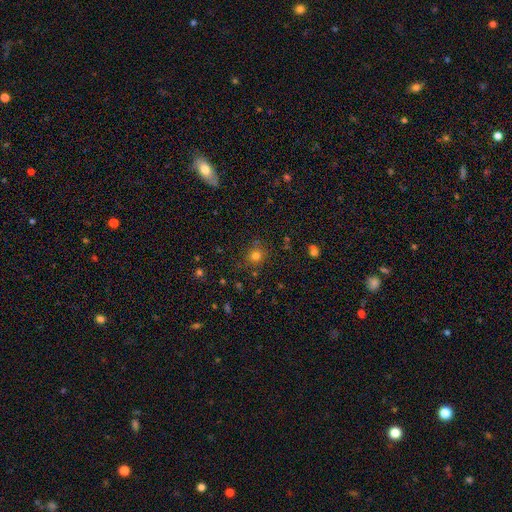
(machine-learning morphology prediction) smooth-or-featured: smooth: 75% | star or artifact: 19% | featured or disk: 6%
  how-rounded: round: 84% | in between: 15% | cigar-shaped: 1%
  merging: none: 81% | minor disturbance: 12% | major disturbance: 4% | merger: 3%